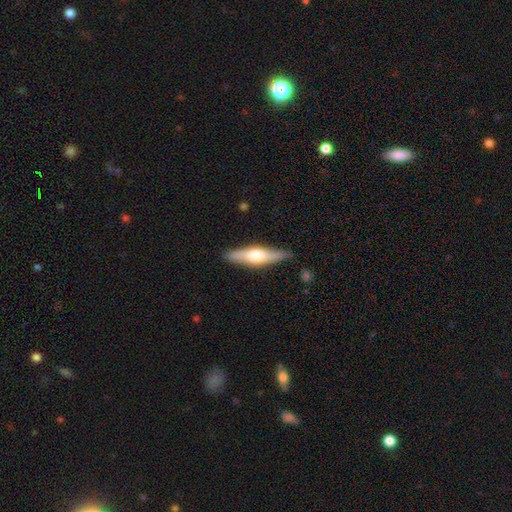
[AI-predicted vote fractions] This appears to be a featured or disk galaxy (51%) viewed edge-on (92%). Merging: none (85%).